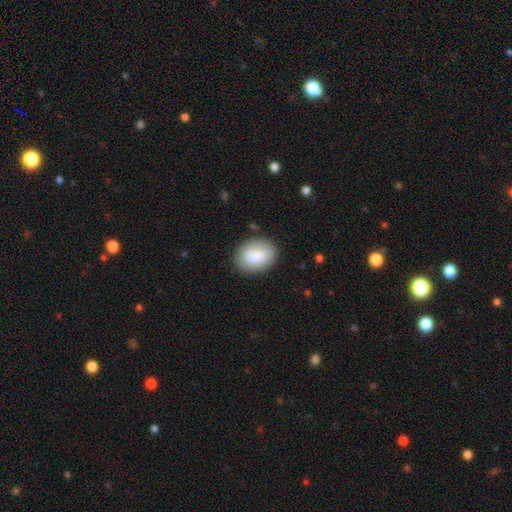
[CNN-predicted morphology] type=smooth (86%); roundness=in between (70%); merging=none (83%).